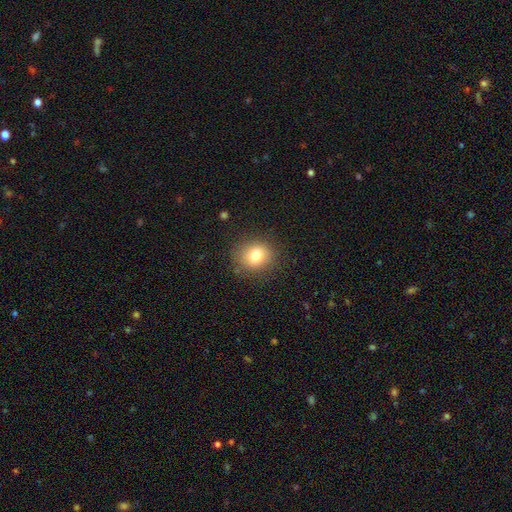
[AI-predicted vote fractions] smooth_or_featured: smooth (p=0.78) [alt: star or artifact p=0.11]
how_rounded: round (p=0.78) [alt: in between p=0.21]
merging: none (p=0.86) [alt: minor disturbance p=0.10]